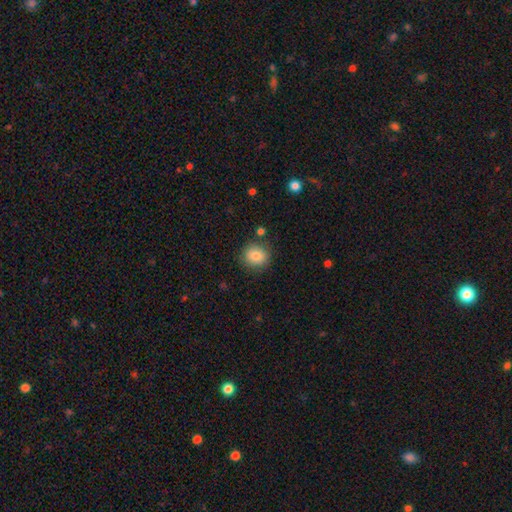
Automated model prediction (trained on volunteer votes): A smooth galaxy with no disk features (83%) that is round (83%).

Vote fractions:
- Smooth or featured? smooth: 83% / star or artifact: 9% / featured or disk: 7%
- How rounded? round: 83% / in between: 16% / cigar-shaped: 1%
- Merging? none: 85% / minor disturbance: 10% / merger: 3% / major disturbance: 3%